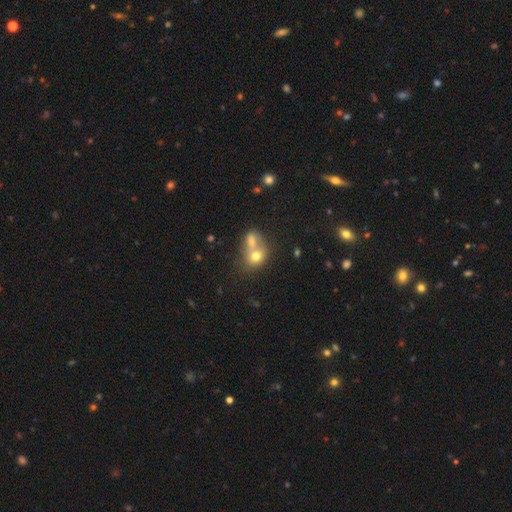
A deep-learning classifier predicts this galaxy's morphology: Smooth or featured? smooth (71%)
How rounded? round (49%, tied with in between)
Merging? merger (68%)